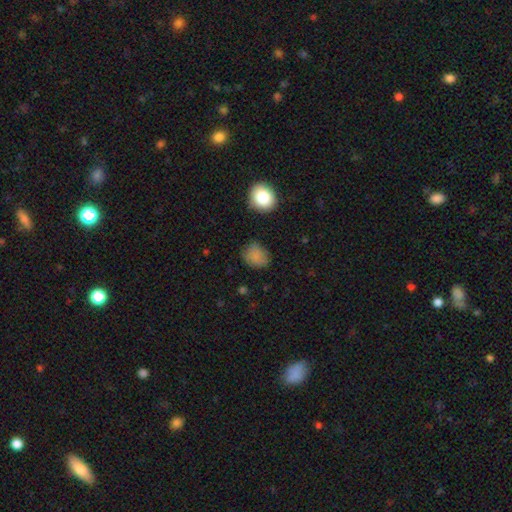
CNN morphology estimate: Smooth or featured? smooth (82%)
How rounded? round (57%)
Merging? none (70%)